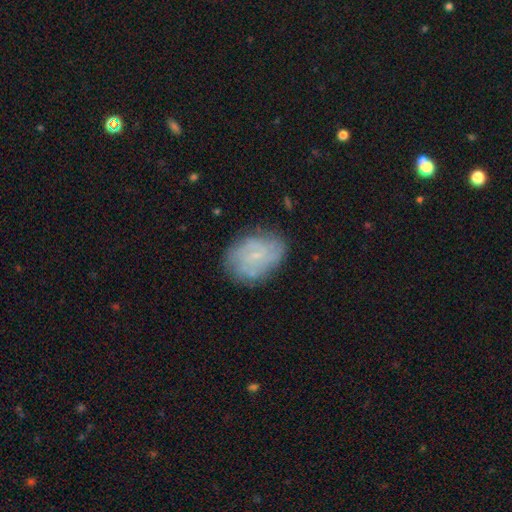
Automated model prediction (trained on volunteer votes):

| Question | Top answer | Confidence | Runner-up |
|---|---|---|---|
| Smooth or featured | featured or disk | 60% | smooth (30%) |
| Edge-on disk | no | 97% | yes (3%) |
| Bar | no | 60% | weak (35%) |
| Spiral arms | yes | 80% | no (20%) |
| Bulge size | small | 75% | none (13%) |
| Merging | none | 74% | minor disturbance (18%) |